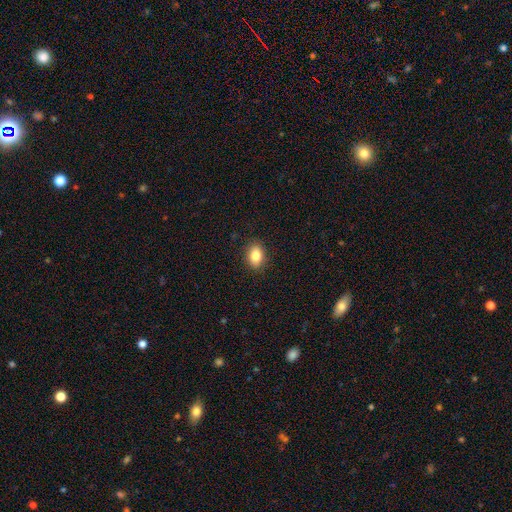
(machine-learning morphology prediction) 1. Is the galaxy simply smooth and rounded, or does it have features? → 84% smooth, 9% star or artifact, 7% featured or disk.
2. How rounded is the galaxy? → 76% in between, 23% round, 1% cigar-shaped.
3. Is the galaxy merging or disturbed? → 89% none, 8% minor disturbance, 2% major disturbance, 1% merger.